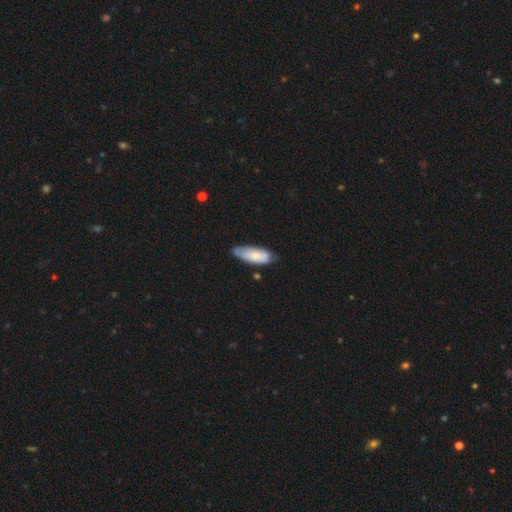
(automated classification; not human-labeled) Smooth or featured: smooth — 66% (featured or disk — 28%)
How rounded: in between — 75% (cigar-shaped — 24%)
Merging: none — 62% (minor disturbance — 30%)